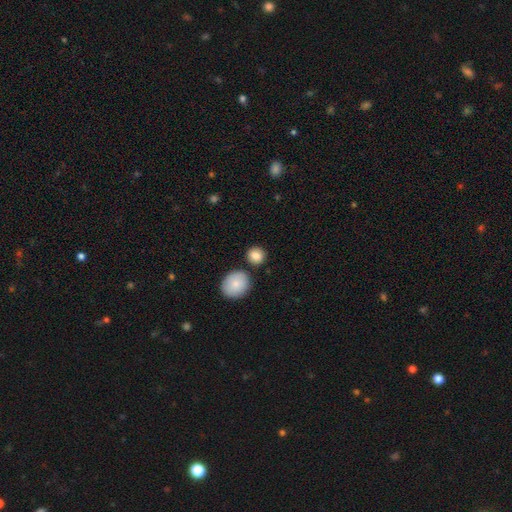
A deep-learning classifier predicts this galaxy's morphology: Overall: smooth (86%). How rounded: round (82%). Merging: none (79%).